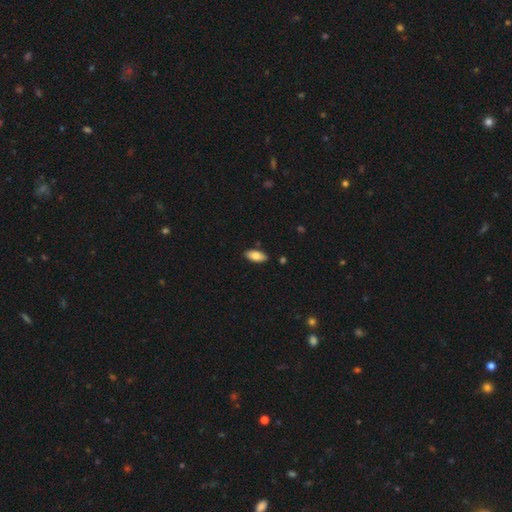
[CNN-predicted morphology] A smooth galaxy with no disk features (80%) that is in between round and cigar-shaped (89%).

Vote fractions:
- Smooth or featured? smooth: 80% / featured or disk: 13% / star or artifact: 6%
- How rounded? in between: 89% / cigar-shaped: 9% / round: 2%
- Merging? none: 86% / minor disturbance: 10% / merger: 2% / major disturbance: 2%